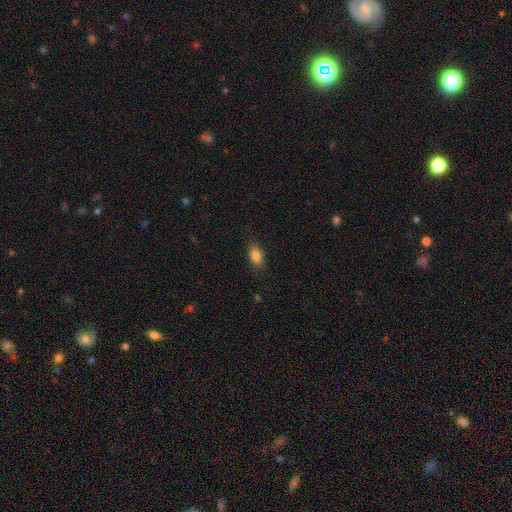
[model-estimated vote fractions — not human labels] Overall: smooth (85%). How rounded: in between (87%). Merging: none (84%).